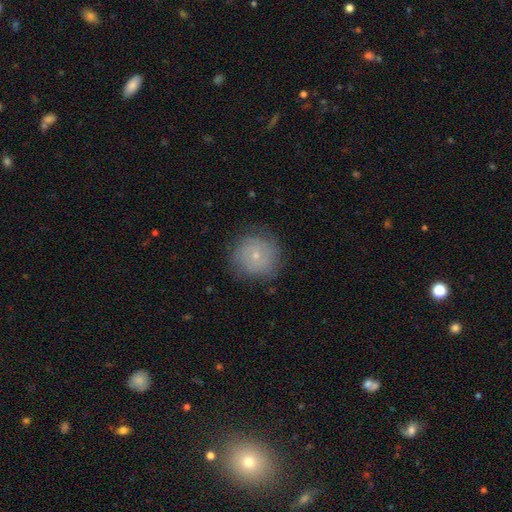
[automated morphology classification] This appears to be a smooth galaxy with no disk features (48%). Merging: none (76%).